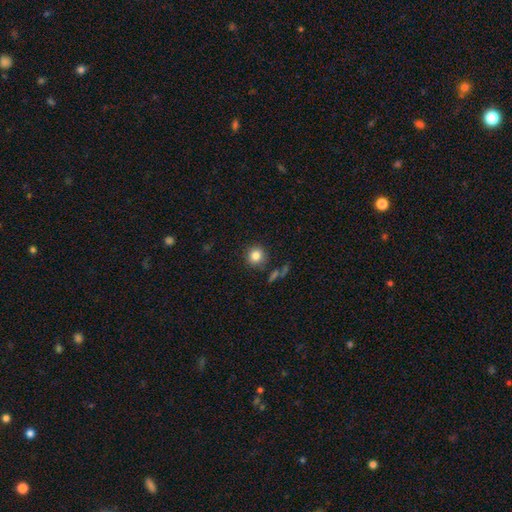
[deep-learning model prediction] smooth 83%, star or artifact 11%, featured or disk 6%. Down the decision tree: how rounded — round (92%); merging — none (87%).